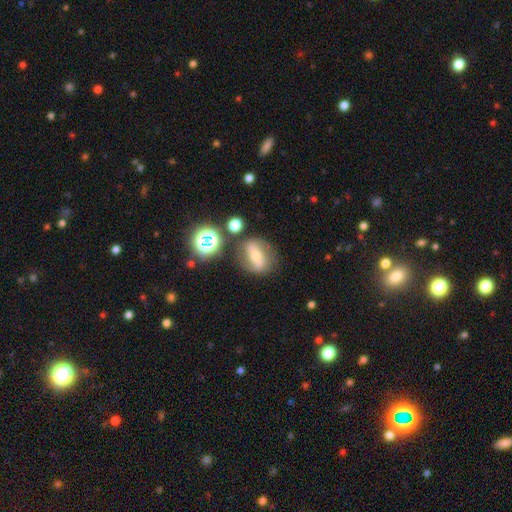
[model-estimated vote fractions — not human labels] This is possibly a featured or disk galaxy (46%). Merging: likely none (70%).